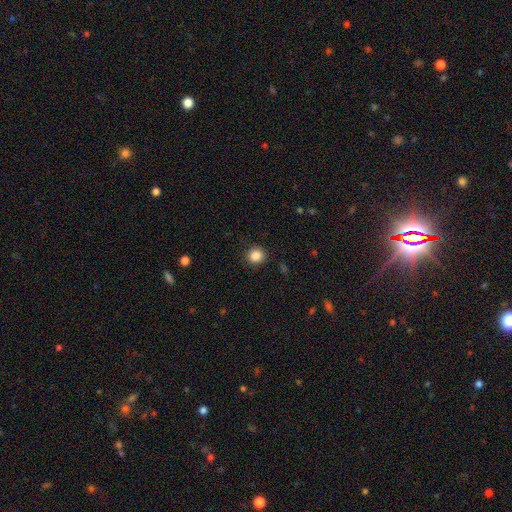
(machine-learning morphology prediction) Smooth or featured: smooth — 87% (star or artifact — 10%)
How rounded: round — 91% (in between — 8%)
Merging: none — 90% (minor disturbance — 6%)